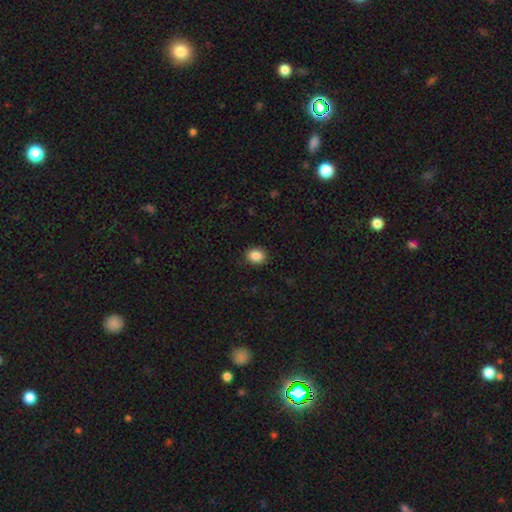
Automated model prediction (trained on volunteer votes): A smooth galaxy with no disk features (86%) that is round (61%). Merging: none (90%).